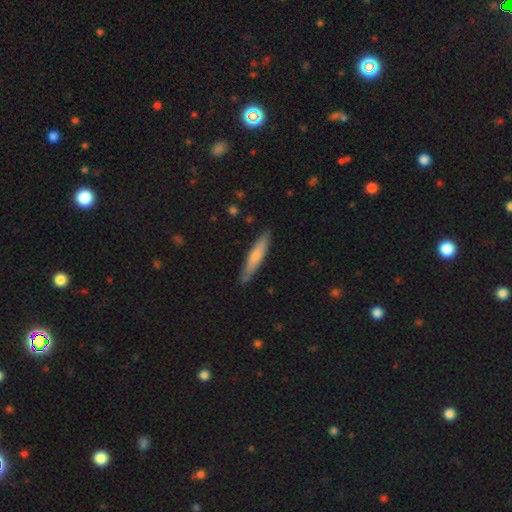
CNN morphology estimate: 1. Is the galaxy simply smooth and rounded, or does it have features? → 70% smooth, 25% featured or disk, 5% star or artifact.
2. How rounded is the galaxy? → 88% cigar-shaped, 11% in between, 1% round.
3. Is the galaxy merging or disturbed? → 85% none, 12% minor disturbance, 2% major disturbance, 1% merger.